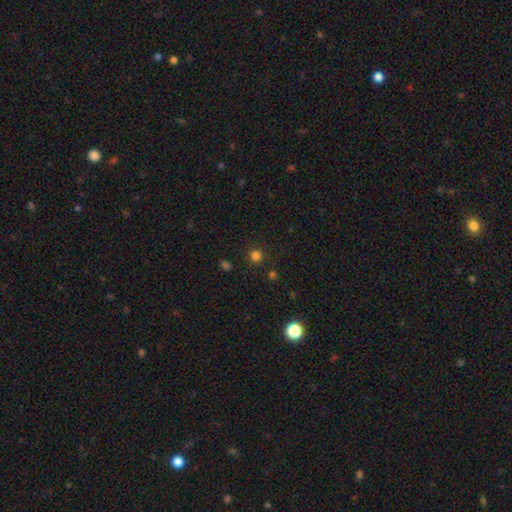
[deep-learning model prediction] smooth-or-featured: smooth: 77% | star or artifact: 19% | featured or disk: 4%
  how-rounded: round: 94% | in between: 5% | cigar-shaped: 1%
  merging: none: 90% | minor disturbance: 6% | major disturbance: 2% | merger: 2%